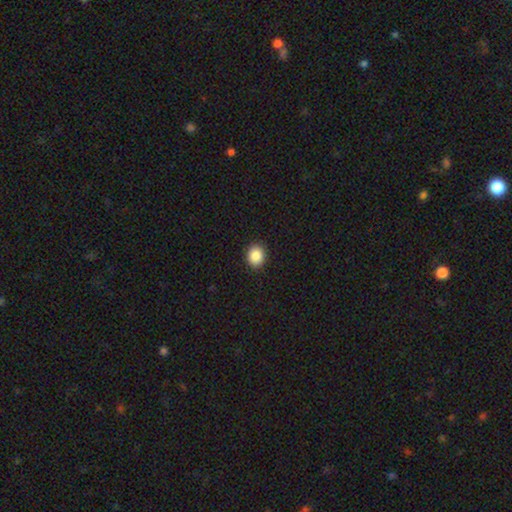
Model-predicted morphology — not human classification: A smooth galaxy with no disk features (88%) that is round (65%). Merging: none (91%).